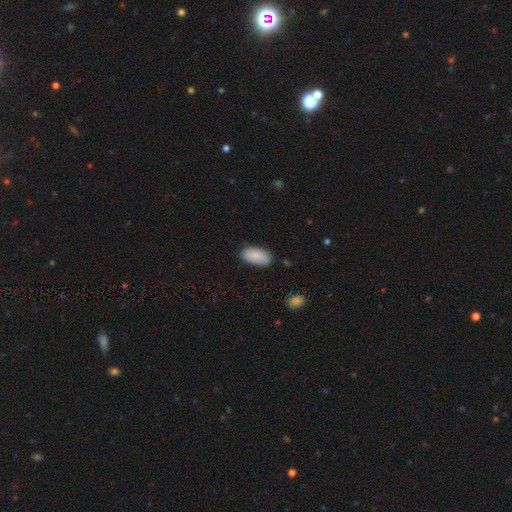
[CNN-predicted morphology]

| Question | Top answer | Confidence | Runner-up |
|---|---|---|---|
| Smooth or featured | smooth | 85% | featured or disk (9%) |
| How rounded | in between | 95% | cigar-shaped (3%) |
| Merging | none | 83% | minor disturbance (13%) |